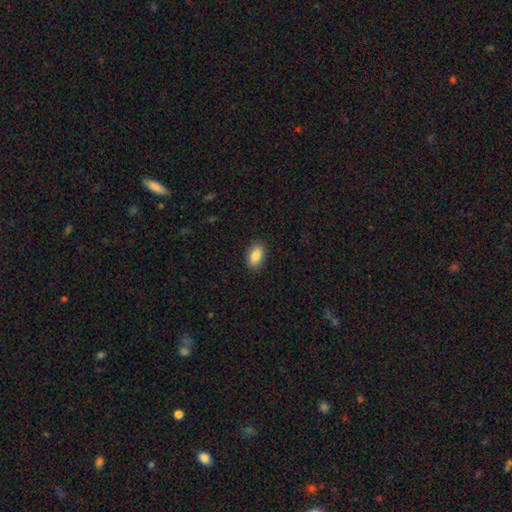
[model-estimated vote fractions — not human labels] Smooth or featured? smooth (85%)
How rounded? in between (91%)
Merging? none (88%)